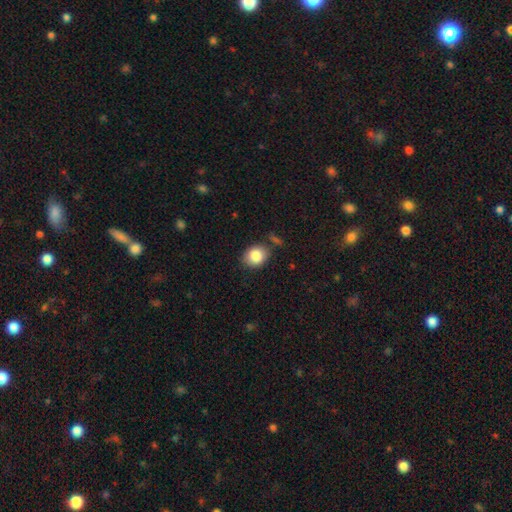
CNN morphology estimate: Smooth or featured? Predicted: smooth (p=0.85). How rounded? Predicted: round (p=0.53). Merging? Predicted: none (p=0.78).